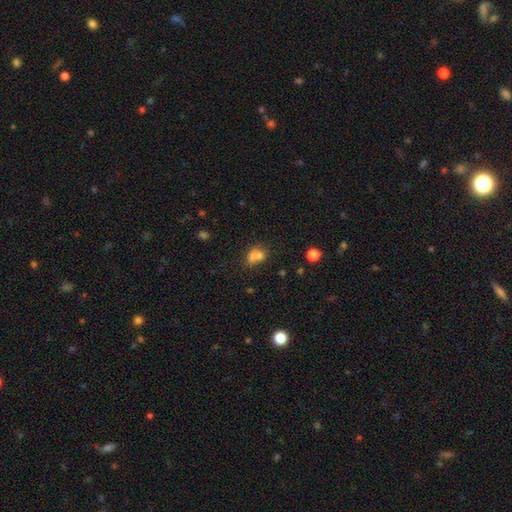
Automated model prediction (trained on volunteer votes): This appears to be a smooth galaxy with no disk features (68%) that is round (55%). Merging: merger (59%).